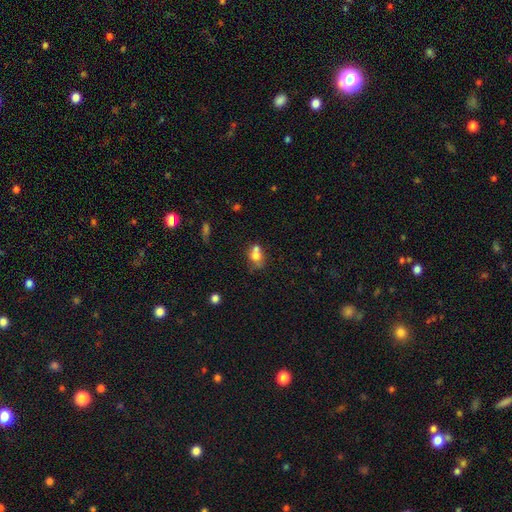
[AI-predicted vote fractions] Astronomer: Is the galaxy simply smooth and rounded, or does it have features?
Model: smooth — 69%.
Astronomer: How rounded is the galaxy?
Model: in between — 52% (runner-up: round, 46%).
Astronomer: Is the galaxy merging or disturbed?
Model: merger — 53% (runner-up: none, 29%).